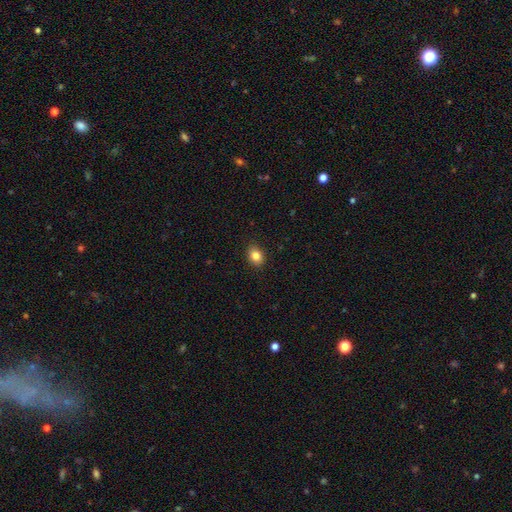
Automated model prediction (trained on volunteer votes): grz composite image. It shows a smooth galaxy with no disk features (84%) that is in between round and cigar-shaped (51%). Merging: none (89%).